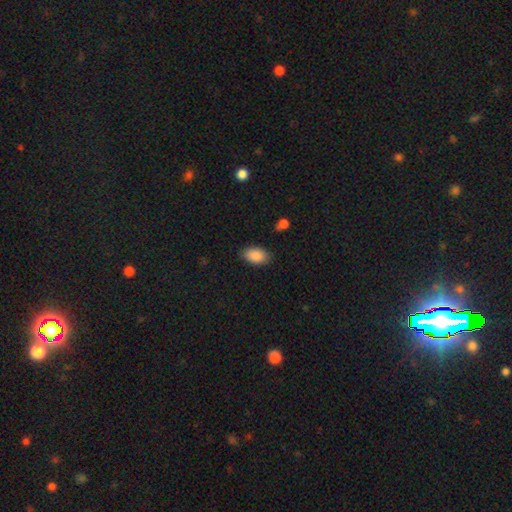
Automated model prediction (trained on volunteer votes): Smooth or featured?
  - smooth: 89% *
  - star or artifact: 7%
  - featured or disk: 4%
How rounded?
  - in between: 92% *
  - round: 6%
  - cigar-shaped: 2%
Merging?
  - none: 83% *
  - minor disturbance: 13%
  - major disturbance: 3%
  - merger: 1%